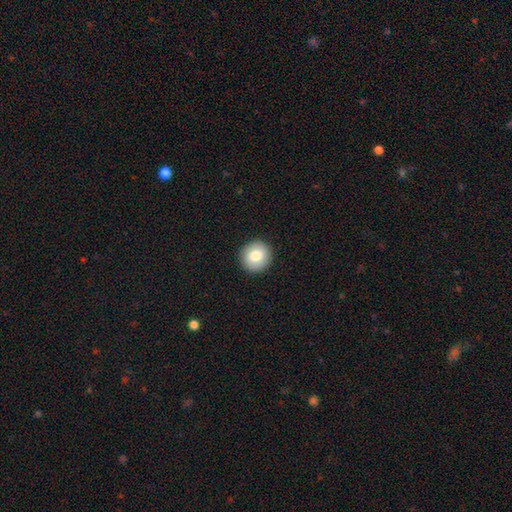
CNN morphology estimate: Smooth or featured? smooth (78%)
How rounded? round (92%)
Merging? none (92%)